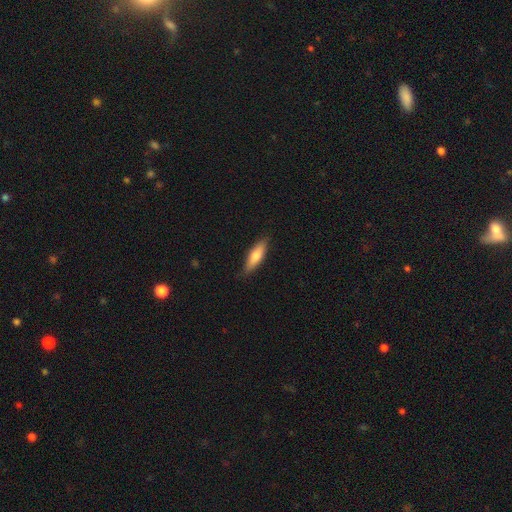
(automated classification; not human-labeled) smooth_or_featured: smooth (p=0.69) [alt: featured or disk p=0.25]
how_rounded: cigar-shaped (p=0.59) [alt: in between p=0.40]
merging: none (p=0.84) [alt: minor disturbance p=0.13]